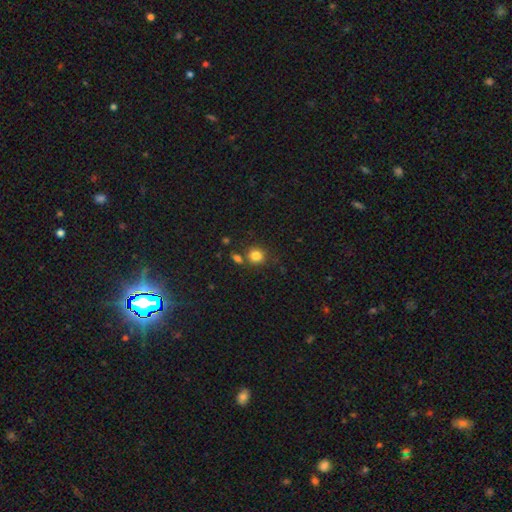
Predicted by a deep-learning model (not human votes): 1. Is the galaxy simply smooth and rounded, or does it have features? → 82% smooth, 12% star or artifact, 6% featured or disk.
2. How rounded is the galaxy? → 85% round, 14% in between, 1% cigar-shaped.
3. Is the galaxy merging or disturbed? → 73% none, 13% merger, 10% minor disturbance, 3% major disturbance.